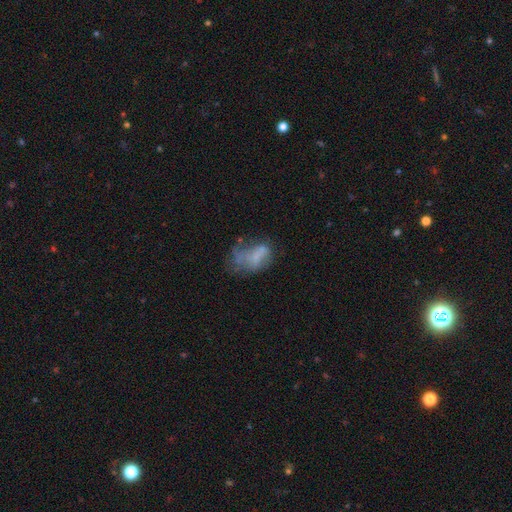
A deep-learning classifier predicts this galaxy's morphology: Q: Smooth or featured?
A: smooth (47%); runner-up: featured or disk (39%)
Q: Merging?
A: major disturbance (36%); runner-up: none (31%)